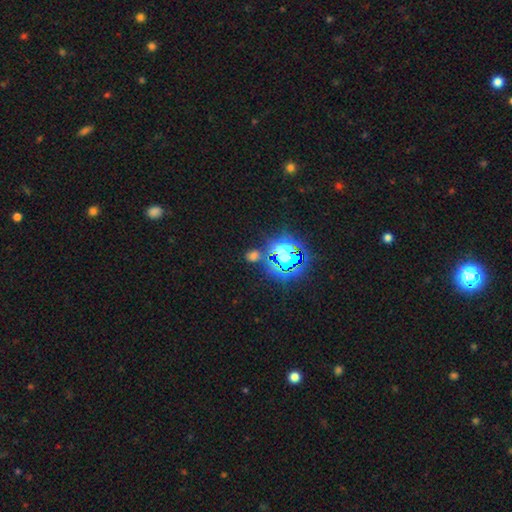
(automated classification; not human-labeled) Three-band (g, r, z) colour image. It shows a star or artifact, not a galaxy (70%).